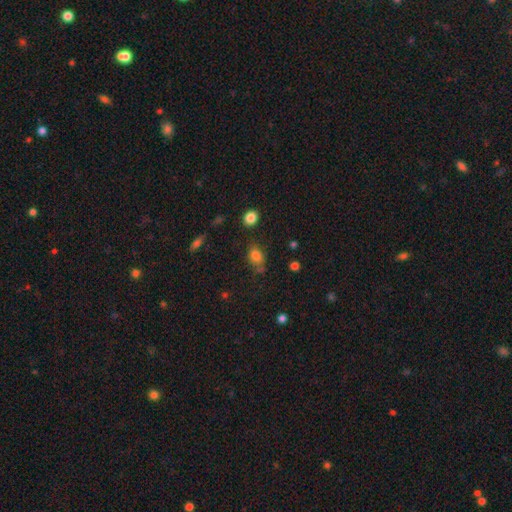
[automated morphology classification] Smooth or featured?
  - smooth: 80% *
  - star or artifact: 13%
  - featured or disk: 7%
How rounded?
  - in between: 66% *
  - round: 32%
  - cigar-shaped: 2%
Merging?
  - none: 62% *
  - minor disturbance: 23%
  - major disturbance: 8%
  - merger: 8%